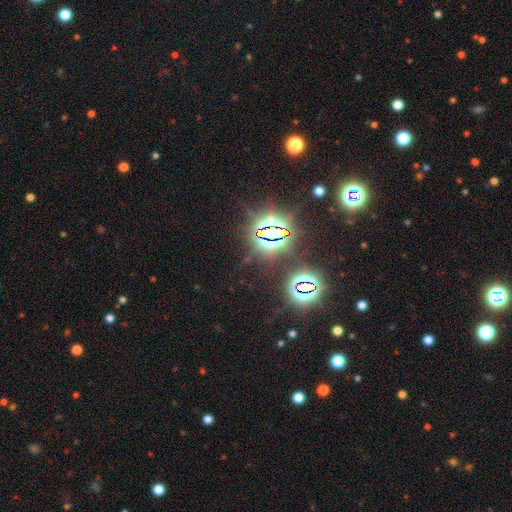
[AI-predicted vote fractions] Smooth or featured? Predicted: star or artifact (p=0.84).